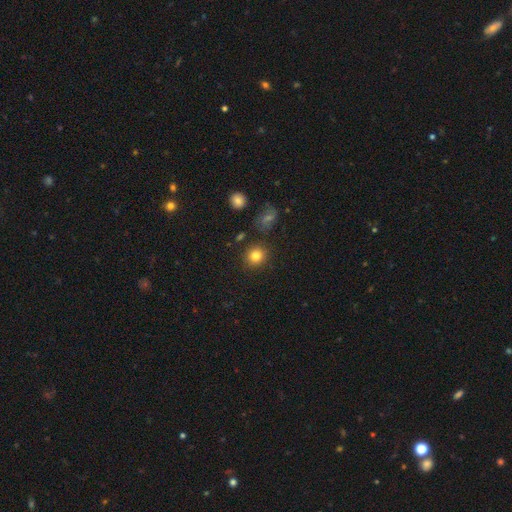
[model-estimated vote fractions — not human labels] Overall: smooth (82%). How rounded: round (87%). Merging: none (86%).